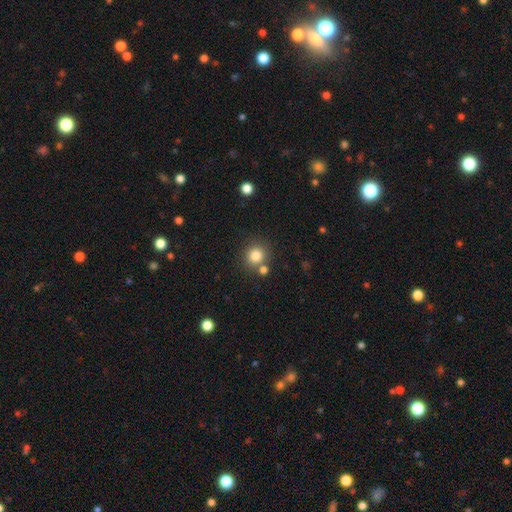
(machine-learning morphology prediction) Smooth or featured? Predicted: smooth (p=0.82). How rounded? Predicted: round (p=0.90). Merging? Predicted: none (p=0.74).